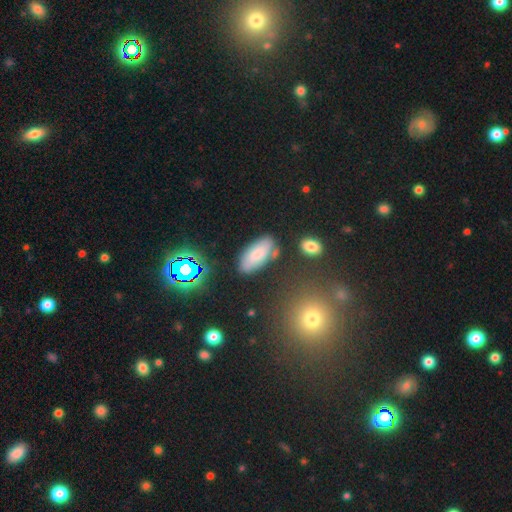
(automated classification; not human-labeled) smooth_or_featured: smooth (p=0.74) [alt: featured or disk p=0.16]
how_rounded: in between (p=0.88) [alt: cigar-shaped p=0.10]
merging: none (p=0.72) [alt: minor disturbance p=0.16]